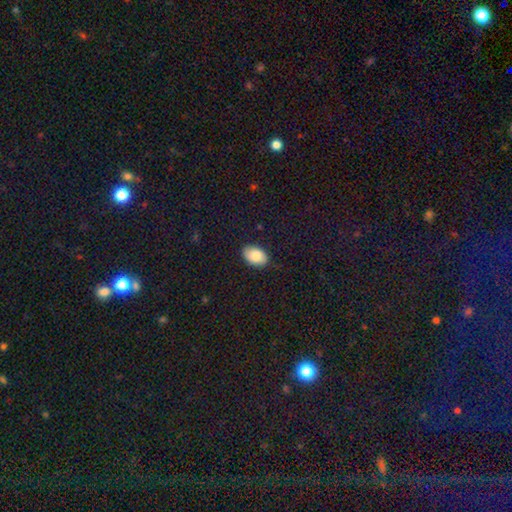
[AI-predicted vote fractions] Q: Smooth or featured?
A: smooth (80%); runner-up: featured or disk (13%)
Q: How rounded?
A: in between (90%); runner-up: round (9%)
Q: Merging?
A: none (84%); runner-up: minor disturbance (12%)